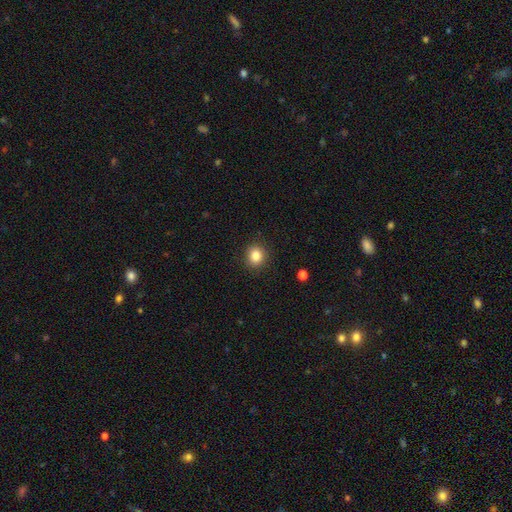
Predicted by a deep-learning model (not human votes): Smooth or featured? smooth (85%)
How rounded? round (79%)
Merging? none (89%)